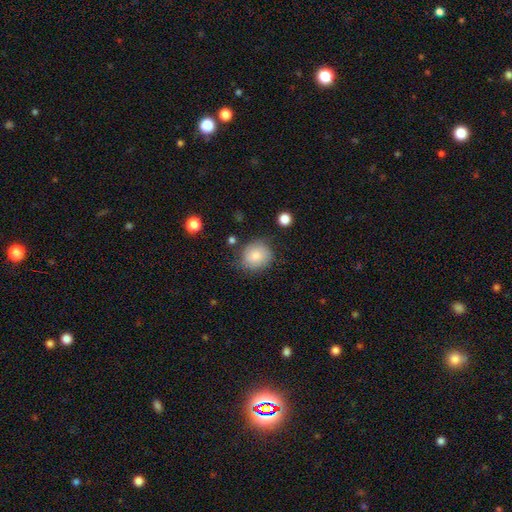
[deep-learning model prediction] Smooth or featured: smooth — 80% (featured or disk — 11%)
How rounded: round — 82% (in between — 17%)
Merging: none — 74% (minor disturbance — 18%)